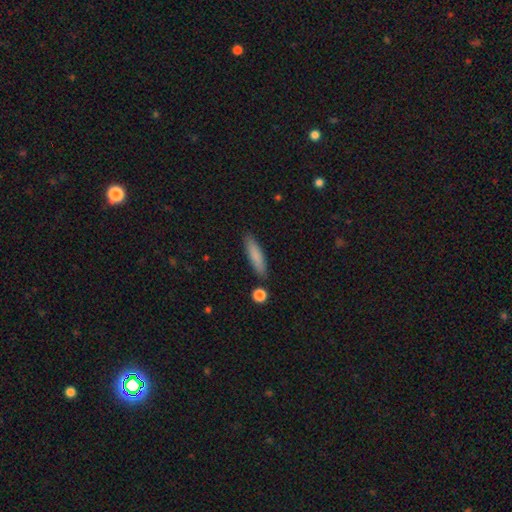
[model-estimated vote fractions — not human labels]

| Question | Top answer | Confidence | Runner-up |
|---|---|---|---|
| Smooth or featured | smooth | 82% | featured or disk (12%) |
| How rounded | cigar-shaped | 78% | in between (20%) |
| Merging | none | 86% | minor disturbance (9%) |